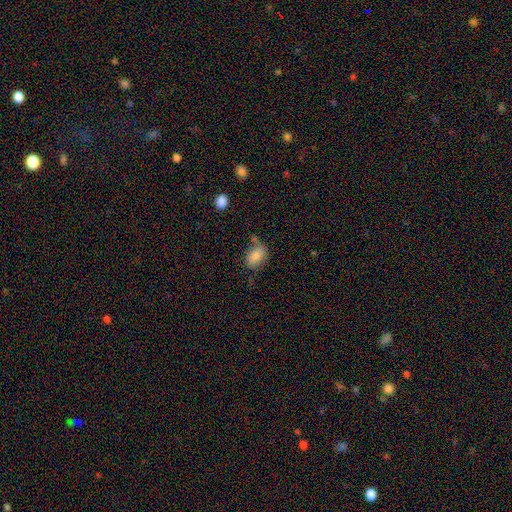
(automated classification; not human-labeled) This is likely a smooth galaxy (77%). How rounded: likely in between (79%). Merging: possibly none (56%).